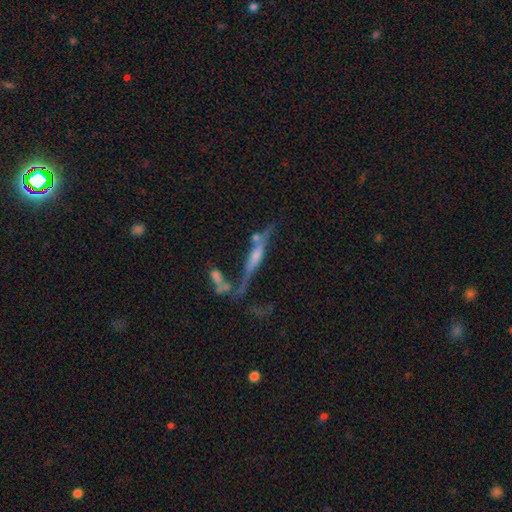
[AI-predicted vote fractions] Morphology: type=featured or disk (72%); edge-on=yes (85%); edge-on bulge=rounded (77%); merging=none (50%).